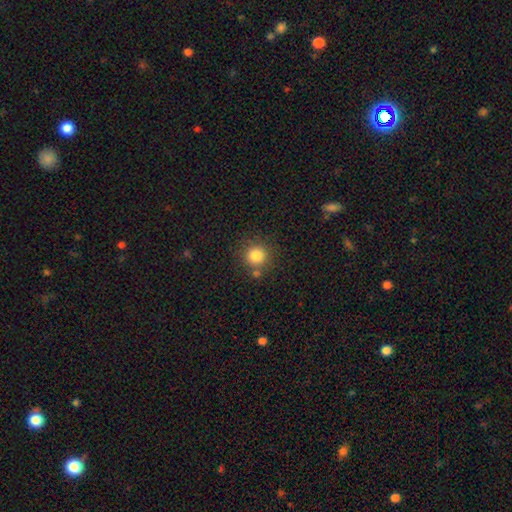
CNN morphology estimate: The model was most divided on "merging": none: 78%, merger: 10%, minor disturbance: 9%, major disturbance: 3%. More confident: how rounded — round (93%); smooth or featured — smooth (82%).